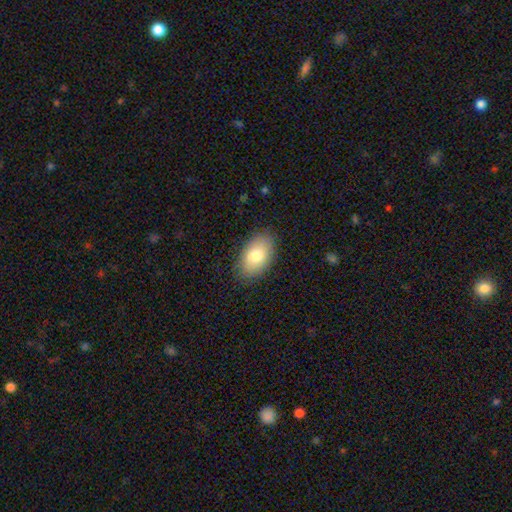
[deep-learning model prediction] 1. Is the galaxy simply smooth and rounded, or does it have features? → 79% smooth, 14% featured or disk, 7% star or artifact.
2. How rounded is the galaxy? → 93% in between, 6% round, 1% cigar-shaped.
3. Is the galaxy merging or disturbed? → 84% none, 12% minor disturbance, 3% major disturbance, 1% merger.